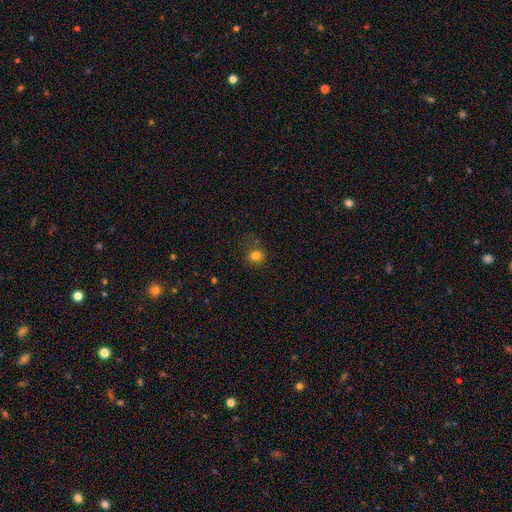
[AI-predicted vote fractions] This appears to be a smooth galaxy with no disk features (80%) that is round (86%). Merging: none (76%).